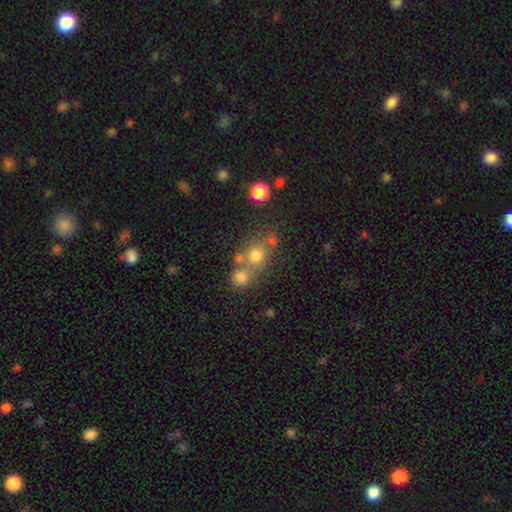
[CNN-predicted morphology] Smooth or featured? Predicted: smooth (p=0.70). How rounded? Predicted: round (p=0.77). Merging? Predicted: none (p=0.53).